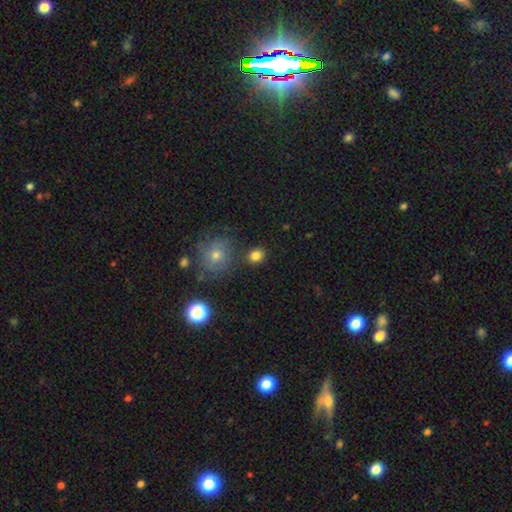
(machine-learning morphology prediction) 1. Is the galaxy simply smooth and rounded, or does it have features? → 81% smooth, 13% star or artifact, 6% featured or disk.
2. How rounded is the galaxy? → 71% round, 28% in between, 1% cigar-shaped.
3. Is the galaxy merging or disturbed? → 80% none, 10% minor disturbance, 7% merger, 3% major disturbance.